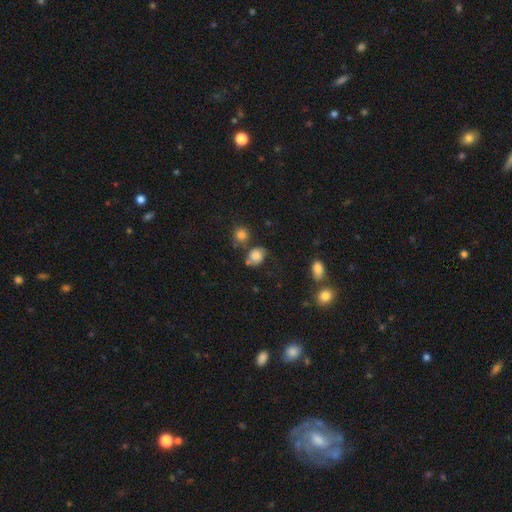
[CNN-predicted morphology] smooth-or-featured: smooth: 74% | featured or disk: 14% | star or artifact: 12%
  how-rounded: round: 65% | in between: 34% | cigar-shaped: 1%
  merging: none: 52% | minor disturbance: 23% | merger: 15% | major disturbance: 10%